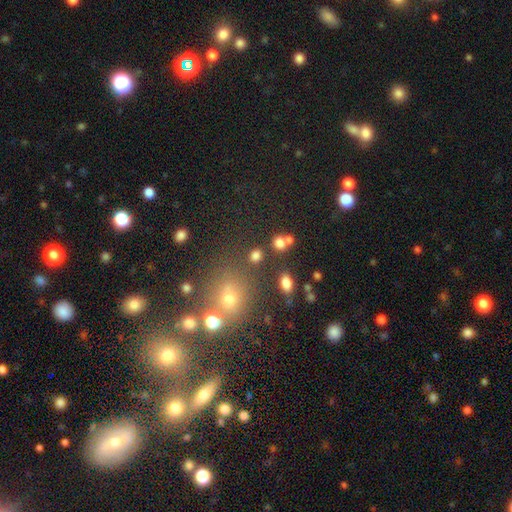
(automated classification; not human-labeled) smooth 76%, star or artifact 17%, featured or disk 7%. Down the decision tree: how rounded — round (70%); merging — none (73%).